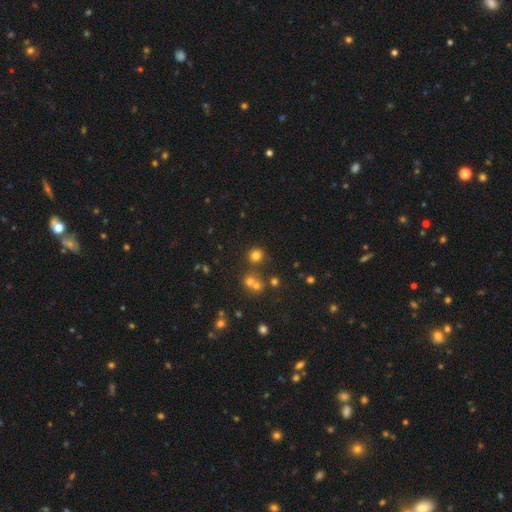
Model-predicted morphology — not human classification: Overall: smooth (74%). How rounded: round (89%). Merging: none (79%).